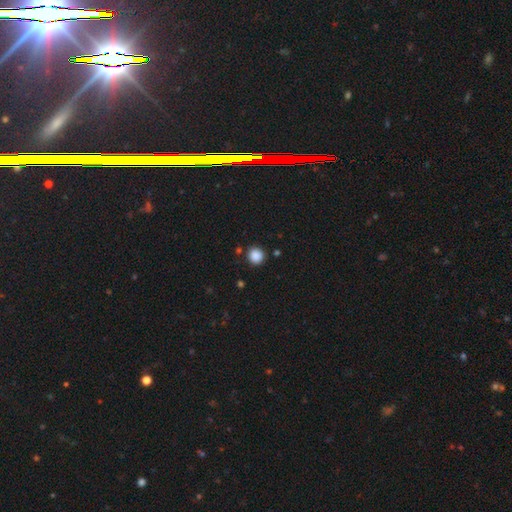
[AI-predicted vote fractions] smooth 87%, star or artifact 11%, featured or disk 3%. Down the decision tree: how rounded — round (93%); merging — none (88%).